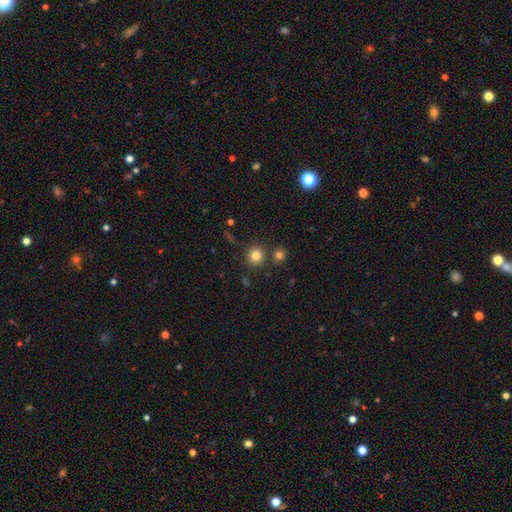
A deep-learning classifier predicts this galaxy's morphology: smooth_or_featured: smooth (p=0.81) [alt: star or artifact p=0.12]
how_rounded: round (p=0.90) [alt: in between p=0.09]
merging: none (p=0.83) [alt: merger p=0.07]